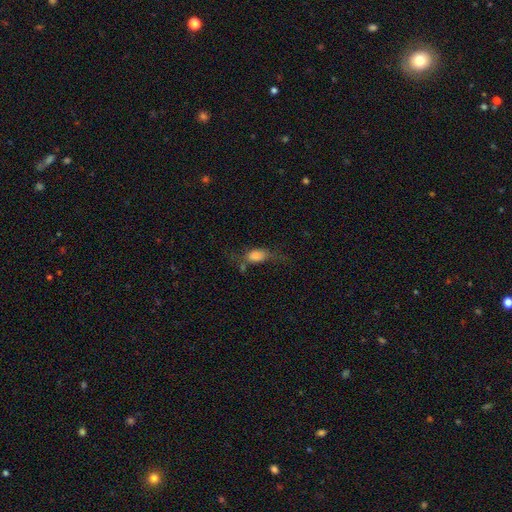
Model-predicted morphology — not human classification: This appears to be a smooth galaxy with no disk features (66%) that is in between round and cigar-shaped (75%). Merging: none (39%).